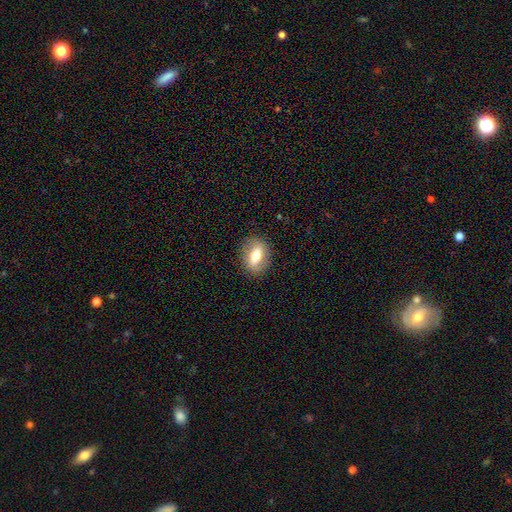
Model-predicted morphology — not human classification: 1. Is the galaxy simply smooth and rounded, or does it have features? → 56% smooth, 37% featured or disk, 8% star or artifact.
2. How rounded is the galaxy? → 72% in between, 24% round, 5% cigar-shaped.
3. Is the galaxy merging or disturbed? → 85% none, 11% minor disturbance, 3% major disturbance, 1% merger.